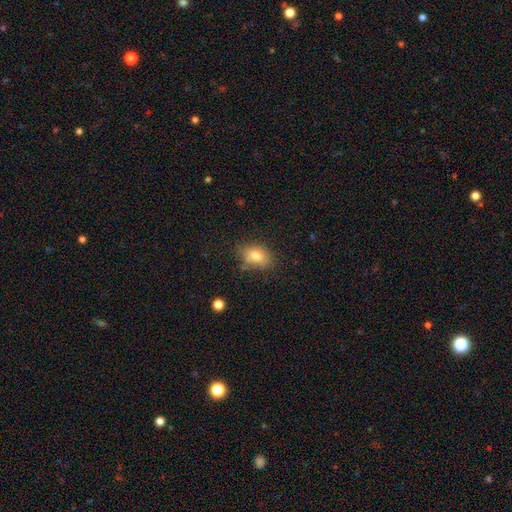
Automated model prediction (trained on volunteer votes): This appears to be a smooth galaxy with no disk features (78%) that is in between round and cigar-shaped (80%). Merging: none (70%).